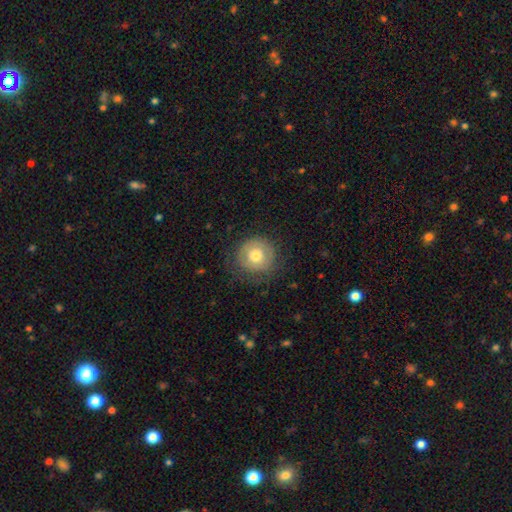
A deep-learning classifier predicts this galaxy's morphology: This is likely a smooth galaxy (67%). How rounded: clearly round (93%). Merging: likely none (75%).